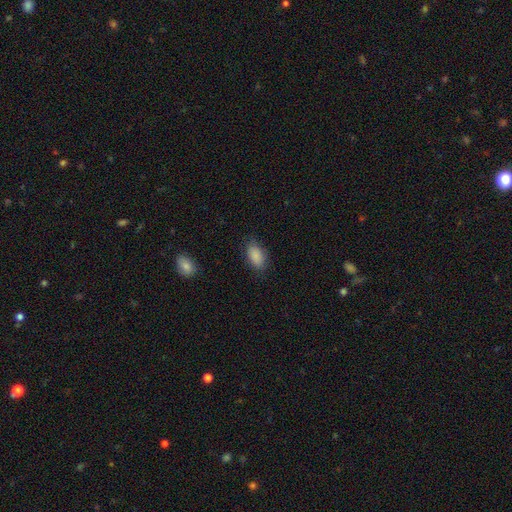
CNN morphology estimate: A smooth galaxy with no disk features (88%) that is in between round and cigar-shaped (92%). Merging: none (80%).